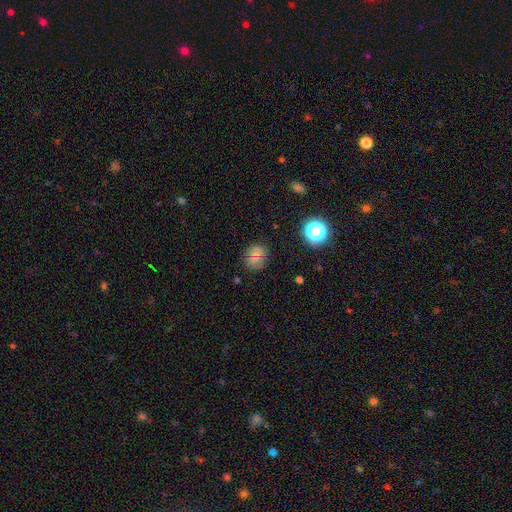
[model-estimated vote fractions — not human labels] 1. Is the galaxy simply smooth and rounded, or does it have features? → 69% smooth, 19% star or artifact, 12% featured or disk.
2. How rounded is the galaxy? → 68% round, 31% in between, 1% cigar-shaped.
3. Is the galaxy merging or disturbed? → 76% none, 16% minor disturbance, 5% major disturbance, 3% merger.